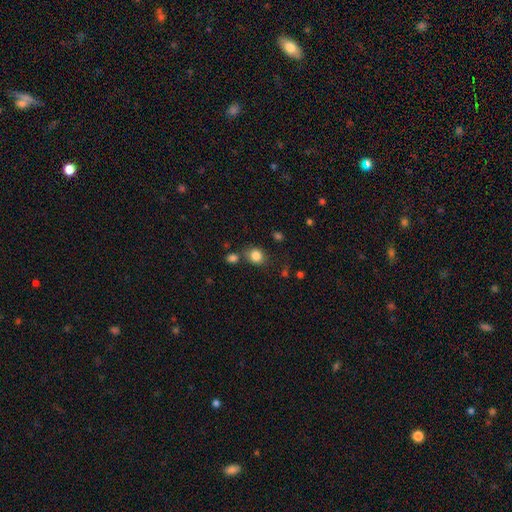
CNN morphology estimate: The model was most divided on "how rounded": round: 69%, in between: 30%, cigar-shaped: 1%. More confident: smooth or featured — smooth (84%); merging — none (71%).